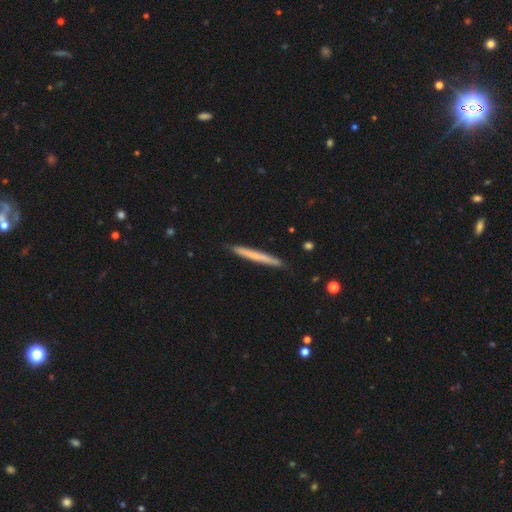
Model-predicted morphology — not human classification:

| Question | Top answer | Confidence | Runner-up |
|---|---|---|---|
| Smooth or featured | smooth | 60% | featured or disk (35%) |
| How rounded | cigar-shaped | 97% | in between (2%) |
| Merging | none | 88% | minor disturbance (9%) |